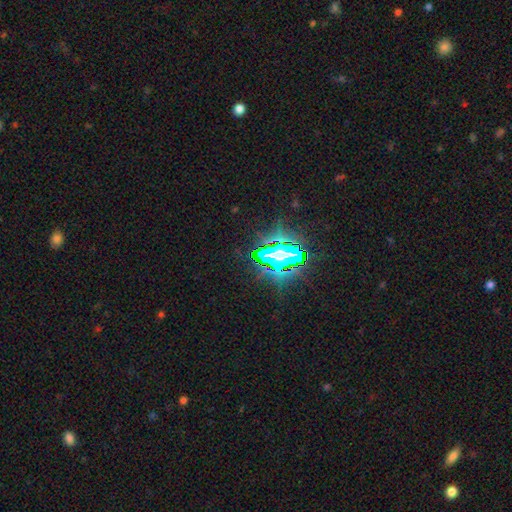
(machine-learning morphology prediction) Smooth or featured?
  - star or artifact: 70% *
  - smooth: 15%
  - featured or disk: 15%